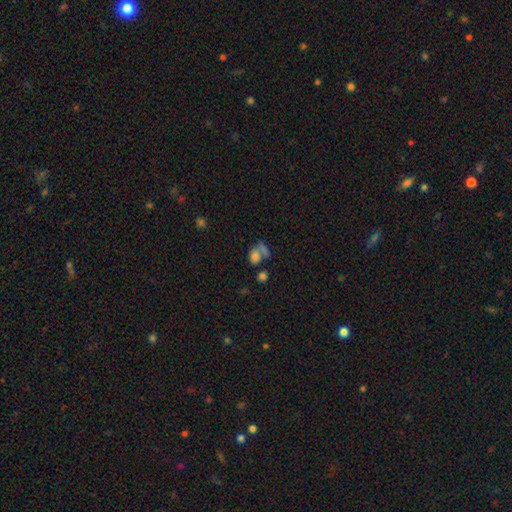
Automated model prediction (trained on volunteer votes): smooth-or-featured: smooth: 71% | featured or disk: 15% | star or artifact: 14%
  how-rounded: in between: 59% | round: 39% | cigar-shaped: 2%
  merging: merger: 41% | none: 31% | major disturbance: 14% | minor disturbance: 14%